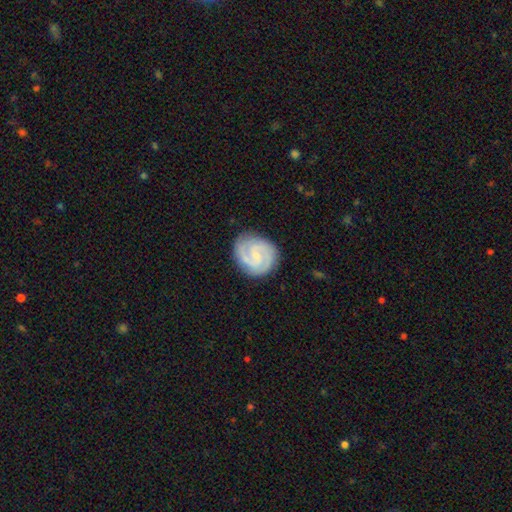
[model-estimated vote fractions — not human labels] The model was most divided on "bar": weak: 46%, no: 45%, strong: 9%. More confident: edge-on disk — no (98%); spiral arms — yes (98%); smooth or featured — featured or disk (85%); merging — none (83%); spiral arm count — 2 (72%); bulge size — small (64%); spiral winding — tight (55%).